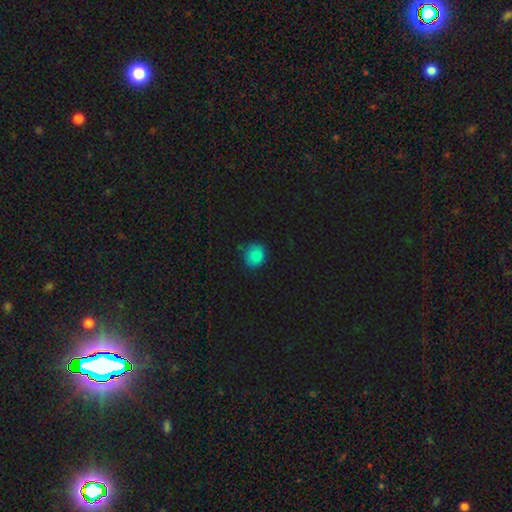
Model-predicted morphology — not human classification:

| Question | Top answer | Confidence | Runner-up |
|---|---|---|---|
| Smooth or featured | smooth | 83% | star or artifact (12%) |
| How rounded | round | 77% | in between (22%) |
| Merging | none | 73% | minor disturbance (21%) |